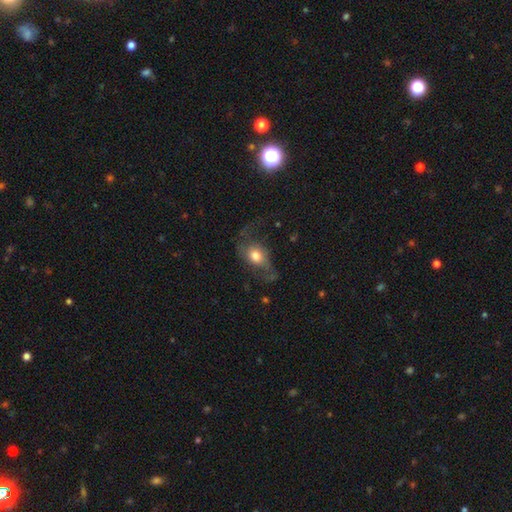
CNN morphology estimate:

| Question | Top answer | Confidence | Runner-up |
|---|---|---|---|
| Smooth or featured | featured or disk | 46% | smooth (45%) |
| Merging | major disturbance | 39% | none (37%) |